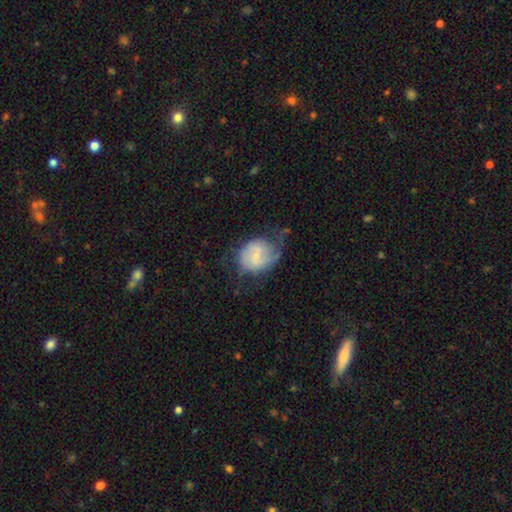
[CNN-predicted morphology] smooth_or_featured: featured or disk (p=0.62) [alt: smooth p=0.31]
disk_edge_on: no (p=0.97) [alt: yes p=0.03]
bar: weak (p=0.47) [alt: no p=0.44]
has_spiral_arms: yes (p=0.80) [alt: no p=0.20]
bulge_size: small (p=0.66) [alt: moderate p=0.28]
merging: none (p=0.45) [alt: minor disturbance p=0.29]